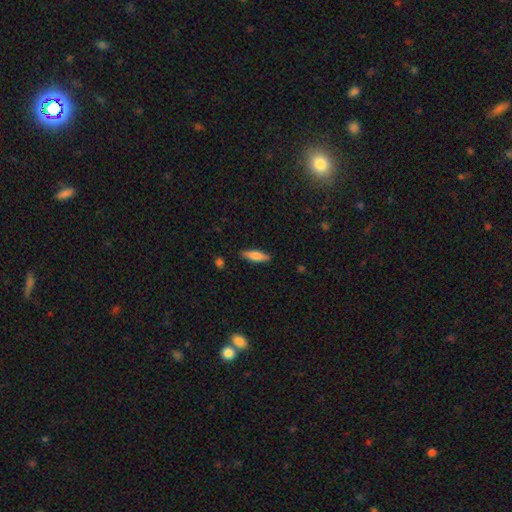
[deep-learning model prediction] A smooth galaxy with no disk features (74%) that is cigar-shaped (58%).

Vote fractions:
- Smooth or featured? smooth: 74% / featured or disk: 19% / star or artifact: 6%
- How rounded? cigar-shaped: 58% / in between: 40% / round: 2%
- Merging? none: 87% / minor disturbance: 10% / major disturbance: 2% / merger: 1%